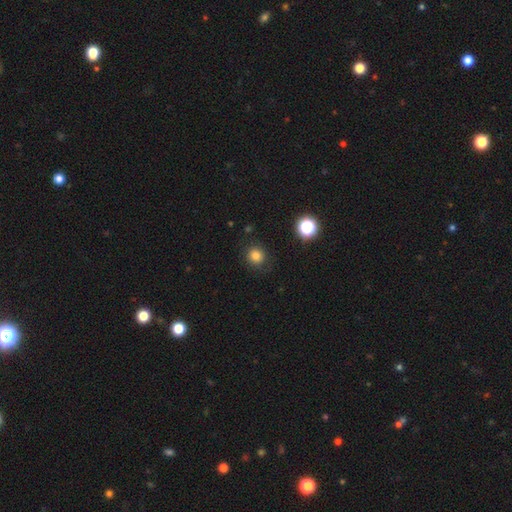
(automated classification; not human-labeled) Smooth or featured? smooth (81%)
How rounded? round (90%)
Merging? none (86%)